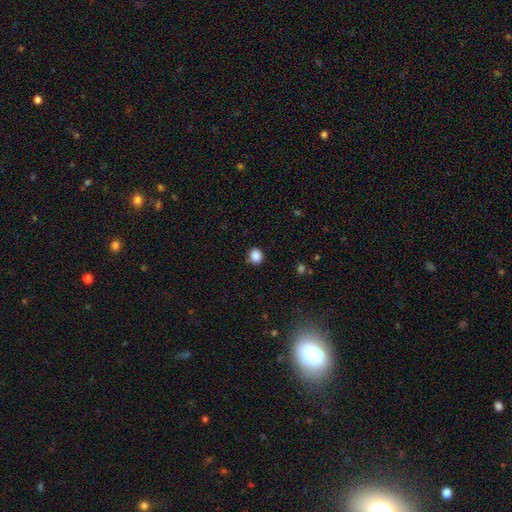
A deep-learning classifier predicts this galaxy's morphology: Overall: smooth (87%). How rounded: round (80%). Merging: none (84%).